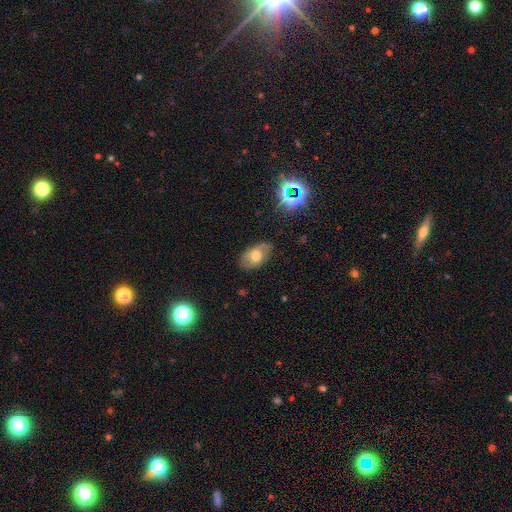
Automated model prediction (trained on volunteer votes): Smooth or featured? Predicted: smooth (p=0.60). How rounded? Predicted: in between (p=0.89). Merging? Predicted: none (p=0.75).